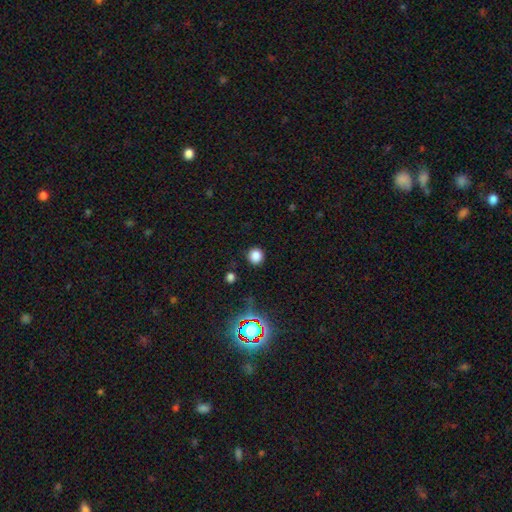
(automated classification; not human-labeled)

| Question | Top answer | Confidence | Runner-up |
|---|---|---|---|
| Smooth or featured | smooth | 81% | star or artifact (15%) |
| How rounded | round | 92% | in between (7%) |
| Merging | none | 89% | minor disturbance (7%) |